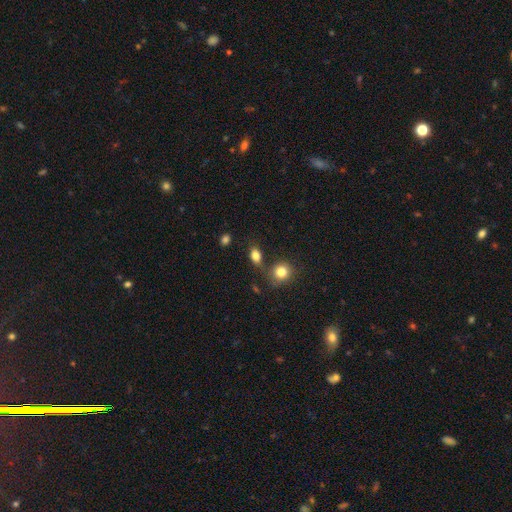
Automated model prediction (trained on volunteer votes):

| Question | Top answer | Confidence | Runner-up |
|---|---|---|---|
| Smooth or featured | smooth | 84% | star or artifact (10%) |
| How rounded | in between | 76% | round (21%) |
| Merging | none | 68% | minor disturbance (15%) |